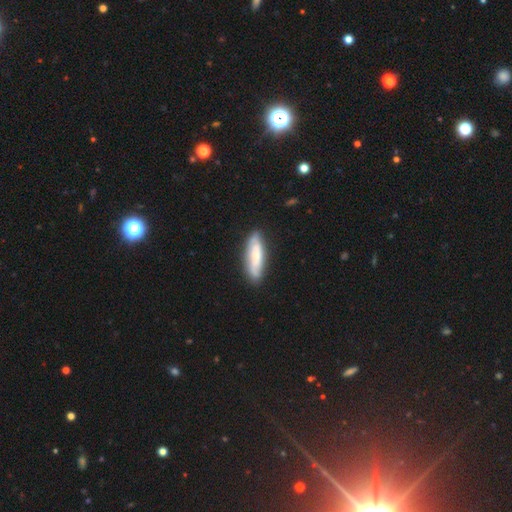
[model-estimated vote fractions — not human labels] A smooth galaxy with no disk features (52%) that is cigar-shaped (57%).

Vote fractions:
- Smooth or featured? smooth: 52% / featured or disk: 42% / star or artifact: 6%
- How rounded? cigar-shaped: 57% / in between: 41% / round: 2%
- Merging? none: 80% / minor disturbance: 15% / major disturbance: 3% / merger: 2%